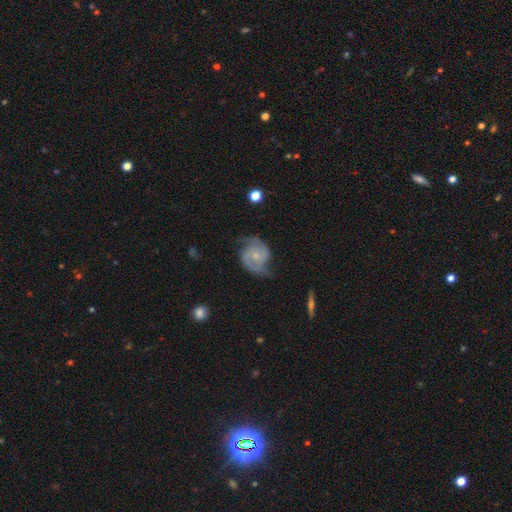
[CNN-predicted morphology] featured or disk 81%, smooth 13%, star or artifact 6%. Down the decision tree: edge-on disk — no (98%); bar — no (59%); spiral arms — yes (95%); spiral arm count — 2 (87%); spiral winding — medium (50%); bulge size — small (63%); merging — none (63%).